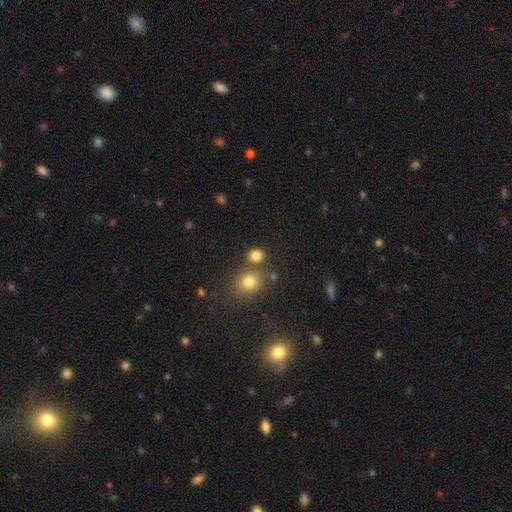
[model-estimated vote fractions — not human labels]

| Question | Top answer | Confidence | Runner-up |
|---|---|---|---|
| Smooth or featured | smooth | 81% | star or artifact (13%) |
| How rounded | round | 78% | in between (21%) |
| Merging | none | 71% | merger (16%) |